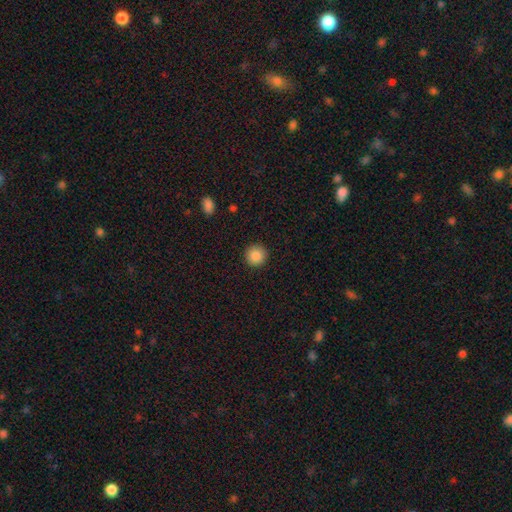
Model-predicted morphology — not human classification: Smooth or featured: smooth — 87% (star or artifact — 9%)
How rounded: round — 95% (in between — 4%)
Merging: none — 93% (minor disturbance — 5%)